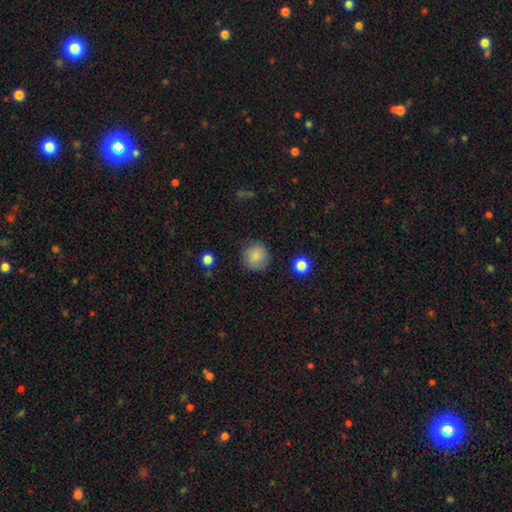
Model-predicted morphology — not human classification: A smooth galaxy with no disk features (85%) that is round (94%). Merging: none (86%).